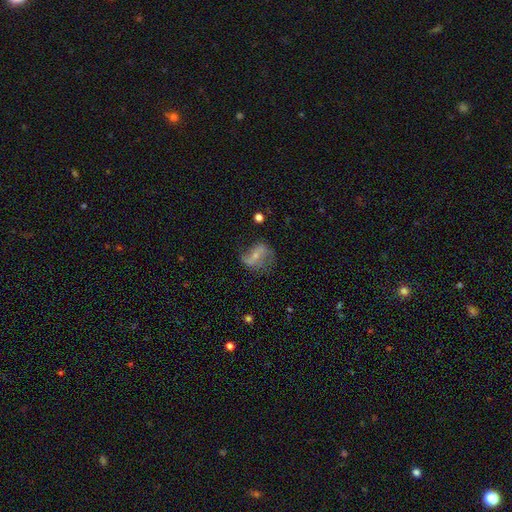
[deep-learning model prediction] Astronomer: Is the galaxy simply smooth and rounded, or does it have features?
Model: featured or disk — 65%.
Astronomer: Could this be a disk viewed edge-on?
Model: no — 96%.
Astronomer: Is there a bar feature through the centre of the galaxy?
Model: weak — 37% (runner-up: no, 36%).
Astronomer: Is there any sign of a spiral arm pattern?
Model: yes — 78%.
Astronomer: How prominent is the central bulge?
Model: small — 60%.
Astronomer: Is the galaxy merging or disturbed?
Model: none — 47% (runner-up: minor disturbance, 25%).